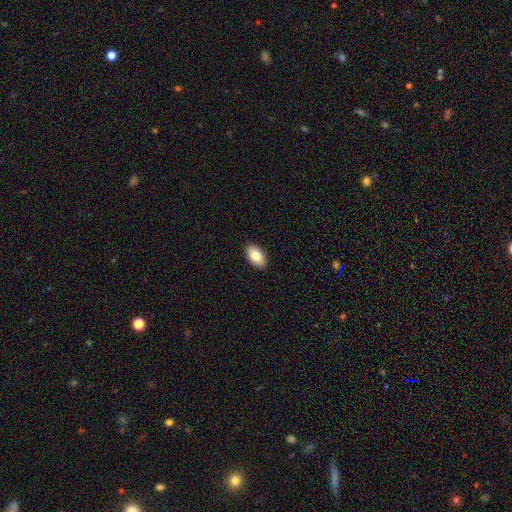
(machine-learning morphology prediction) Smooth or featured?
  - smooth: 83% *
  - featured or disk: 10%
  - star or artifact: 7%
How rounded?
  - in between: 93% *
  - round: 5%
  - cigar-shaped: 1%
Merging?
  - none: 90% *
  - minor disturbance: 8%
  - major disturbance: 2%
  - merger: 1%